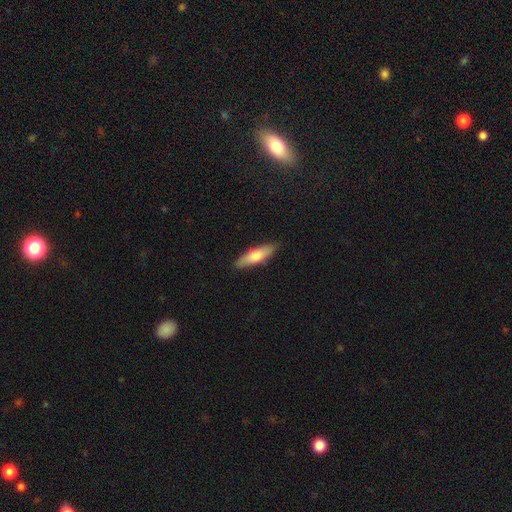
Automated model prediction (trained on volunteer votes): This appears to be a smooth galaxy with no disk features (72%) that is cigar-shaped (57%). Merging: none (88%).